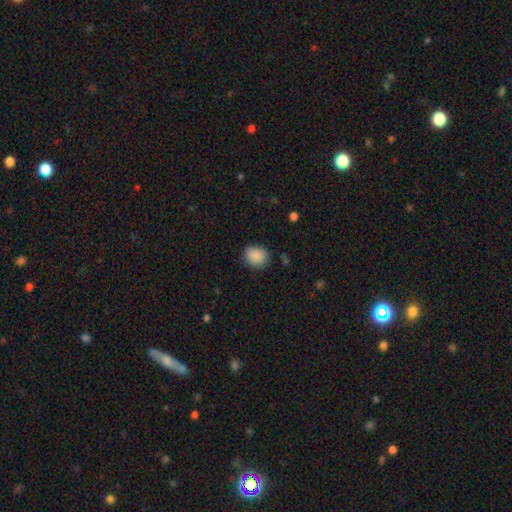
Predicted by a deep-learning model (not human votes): This appears to be a smooth galaxy with no disk features (88%) that is round (62%). Merging: none (83%).